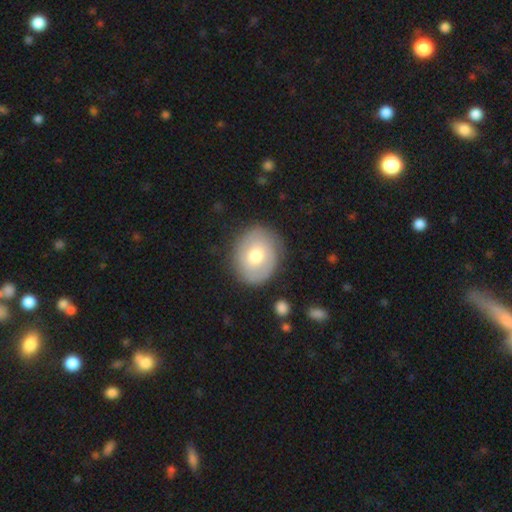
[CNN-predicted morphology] The model was most divided on "how rounded": round: 58%, in between: 41%, cigar-shaped: 1%. More confident: merging — none (82%); smooth or featured — smooth (57%).